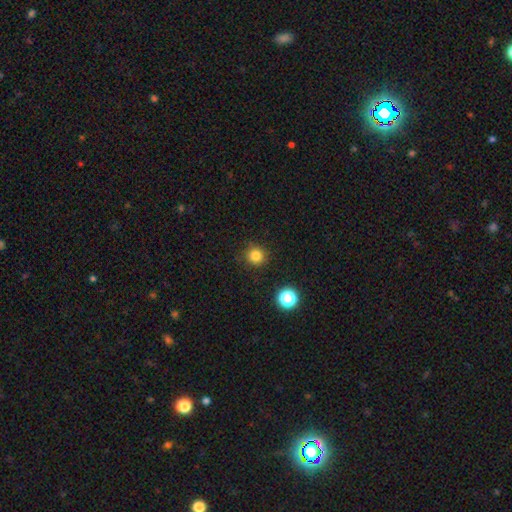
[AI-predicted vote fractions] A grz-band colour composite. It shows a smooth galaxy with no disk features (81%) that is round (94%). Merging: none (89%).